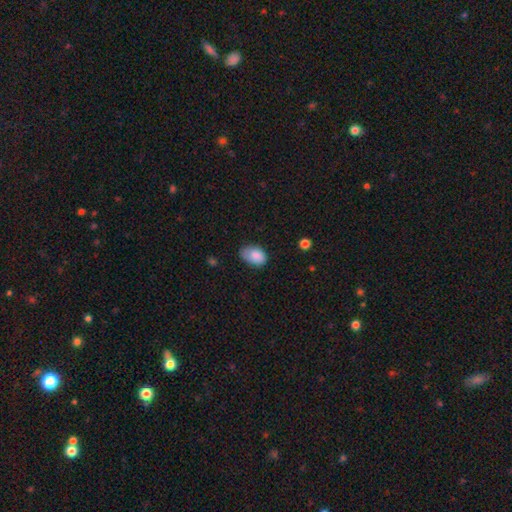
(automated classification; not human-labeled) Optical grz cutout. It shows a smooth galaxy with no disk features (84%) that is in between round and cigar-shaped (86%). Merging: none (60%).